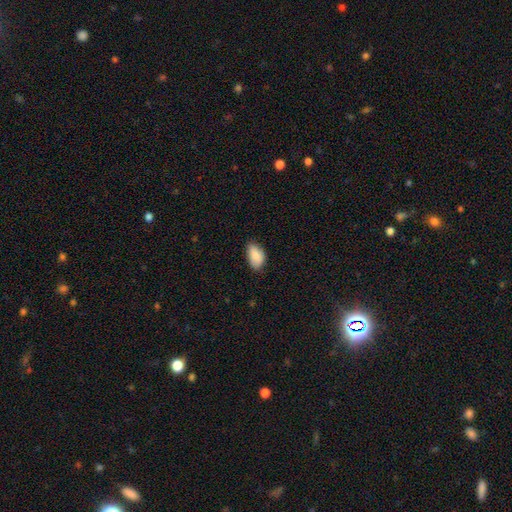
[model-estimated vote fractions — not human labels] Smooth or featured?
  - smooth: 85% *
  - featured or disk: 8%
  - star or artifact: 7%
How rounded?
  - in between: 92% *
  - round: 6%
  - cigar-shaped: 2%
Merging?
  - none: 67% *
  - minor disturbance: 28%
  - major disturbance: 4%
  - merger: 1%